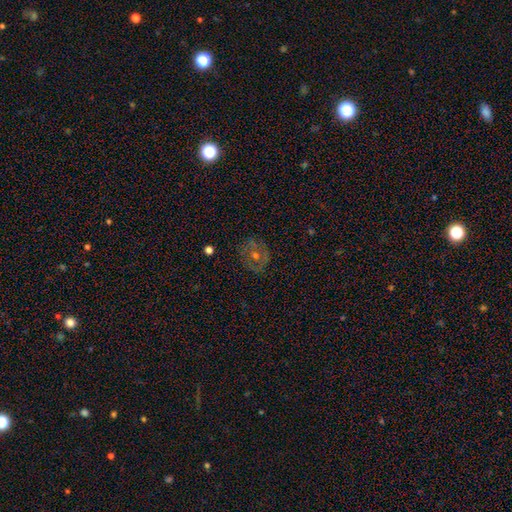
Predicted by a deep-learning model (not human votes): This is possibly a featured or disk galaxy (52%). It is clearly not viewed edge-on (96%). Bar: likely no (77%). Spiral arm pattern: possibly no (58%). Central bulge: possibly moderate (56%). Merging: likely none (77%).